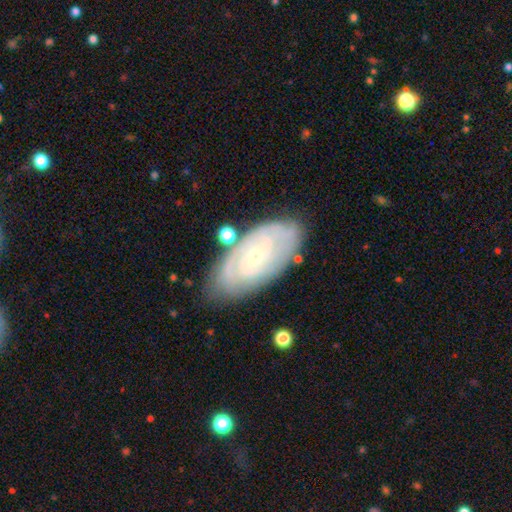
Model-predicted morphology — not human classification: Smooth or featured? featured or disk (84%)
Edge-on disk? no (95%)
Bar? no (60%)
Spiral arms? yes (95%)
Spiral winding? tight (71%)
Spiral arm count? 2 (40%)
Bulge size? small (83%)
Merging? none (76%)